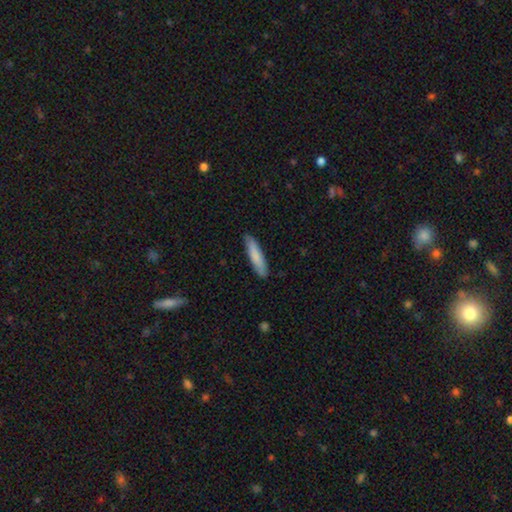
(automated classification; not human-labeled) smooth_or_featured: smooth (p=0.82) [alt: featured or disk p=0.13]
how_rounded: cigar-shaped (p=0.84) [alt: in between p=0.15]
merging: none (p=0.87) [alt: minor disturbance p=0.11]